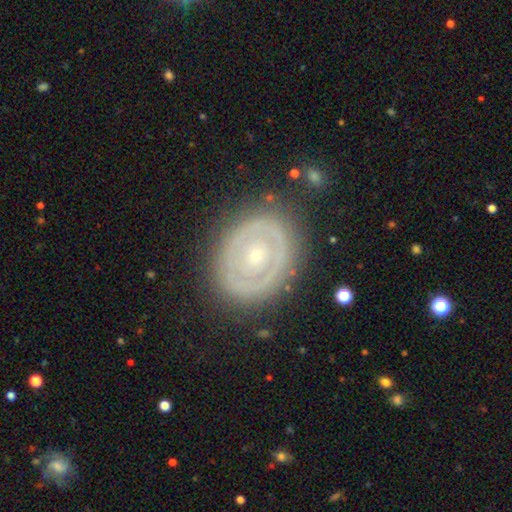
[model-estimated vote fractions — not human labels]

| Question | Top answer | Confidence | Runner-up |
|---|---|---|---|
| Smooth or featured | featured or disk | 67% | smooth (27%) |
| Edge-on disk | no | 95% | yes (5%) |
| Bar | no | 85% | weak (11%) |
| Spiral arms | no | 75% | yes (25%) |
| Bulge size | small | 64% | moderate (31%) |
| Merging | none | 81% | minor disturbance (12%) |